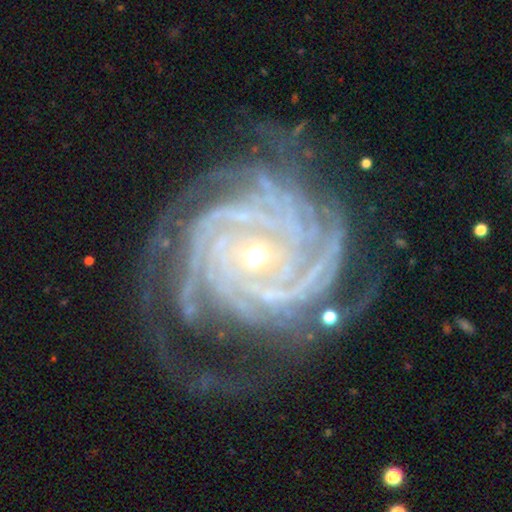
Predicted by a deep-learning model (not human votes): Smooth or featured?
  - featured or disk: 91% *
  - star or artifact: 5%
  - smooth: 3%
Edge-on disk?
  - no: 98% *
  - yes: 2%
Bar?
  - no: 63% *
  - weak: 23%
  - strong: 14%
Spiral arms?
  - yes: 98% *
  - no: 2%
Spiral winding?
  - tight: 78% *
  - medium: 18%
  - loose: 4%
Spiral arm count?
  - more than 4: 32% *
  - 4: 21%
  - can't tell: 14%
  - 3: 14%
  - 2: 11%
  - 1: 9%
Bulge size?
  - small: 67% *
  - moderate: 29%
  - large: 2%
  - none: 1%
  - dominant: 1%
Merging?
  - none: 67% *
  - minor disturbance: 18%
  - major disturbance: 12%
  - merger: 3%